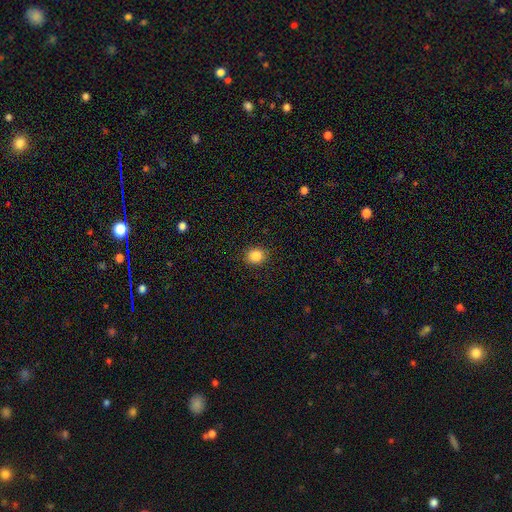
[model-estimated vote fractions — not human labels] smooth 86%, star or artifact 10%, featured or disk 4%. Down the decision tree: how rounded — round (69%); merging — none (90%).